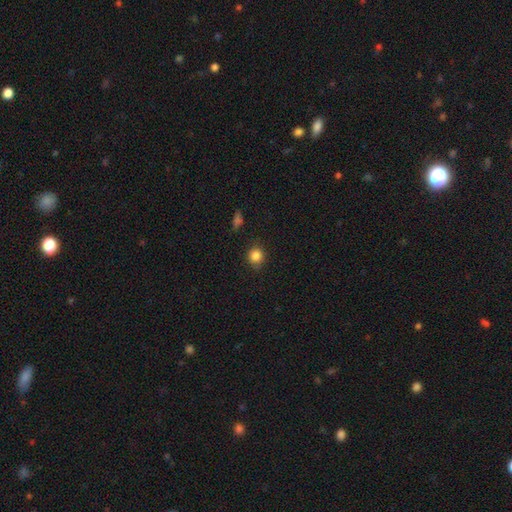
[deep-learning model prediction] Morphology: type=smooth (85%); roundness=round (87%); merging=none (84%).